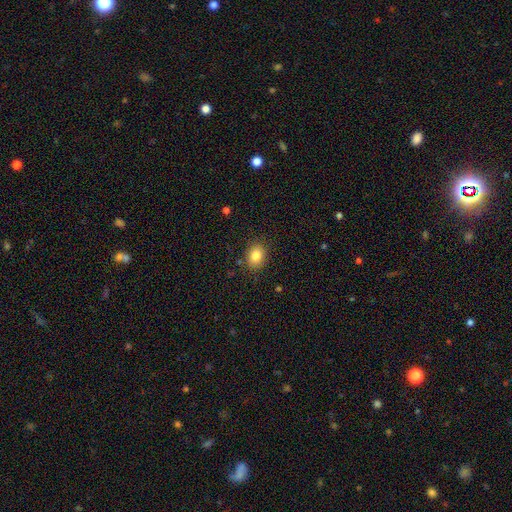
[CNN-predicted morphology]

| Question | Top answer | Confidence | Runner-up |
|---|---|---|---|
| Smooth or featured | smooth | 84% | star or artifact (9%) |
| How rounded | in between | 58% | round (41%) |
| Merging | none | 86% | minor disturbance (10%) |